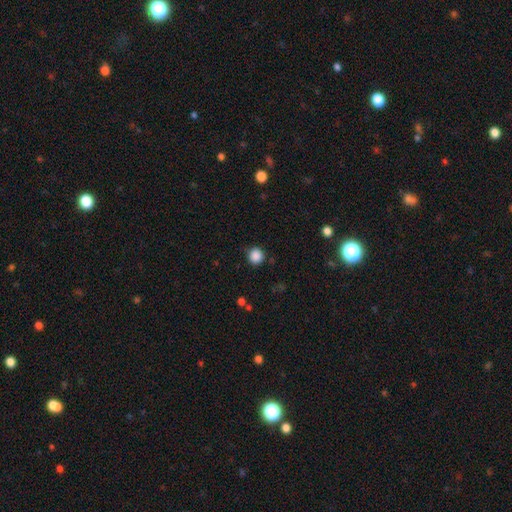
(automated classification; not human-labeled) This appears to be a smooth galaxy with no disk features (87%) that is round (92%). Merging: none (88%).